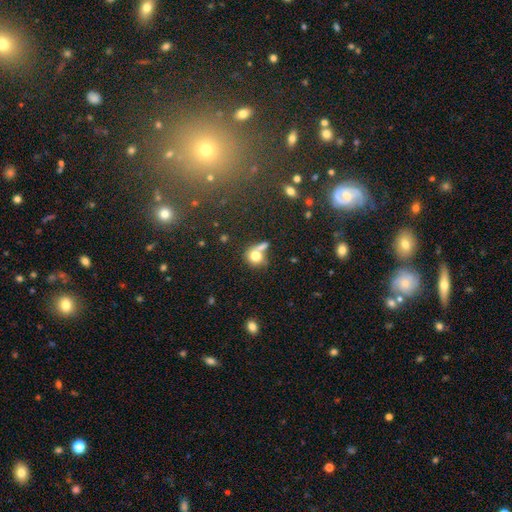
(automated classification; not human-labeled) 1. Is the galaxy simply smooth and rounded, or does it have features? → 74% smooth, 15% featured or disk, 11% star or artifact.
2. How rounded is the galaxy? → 73% round, 25% in between, 2% cigar-shaped.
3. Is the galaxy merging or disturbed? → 40% merger, 38% none, 13% minor disturbance, 8% major disturbance.